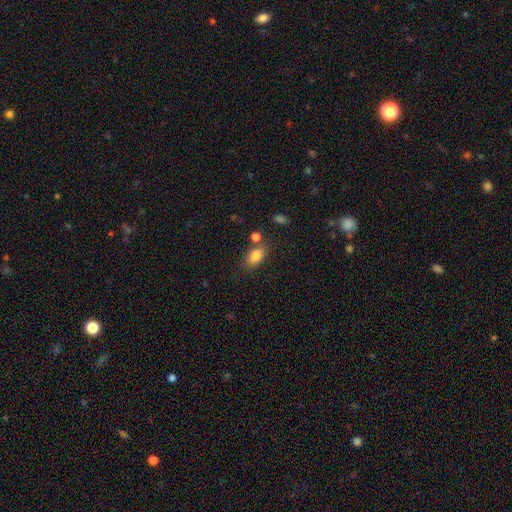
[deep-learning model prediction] Smooth or featured: smooth — 83% (star or artifact — 9%)
How rounded: in between — 86% (round — 11%)
Merging: none — 68% (minor disturbance — 14%)